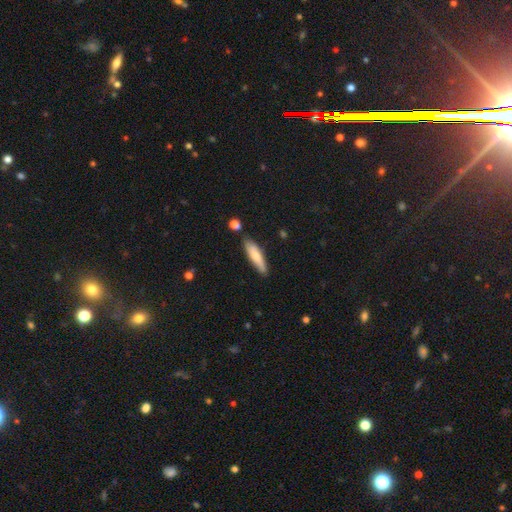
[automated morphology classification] Smooth or featured: smooth — 69% (featured or disk — 25%)
How rounded: cigar-shaped — 74% (in between — 25%)
Merging: none — 78% (minor disturbance — 15%)